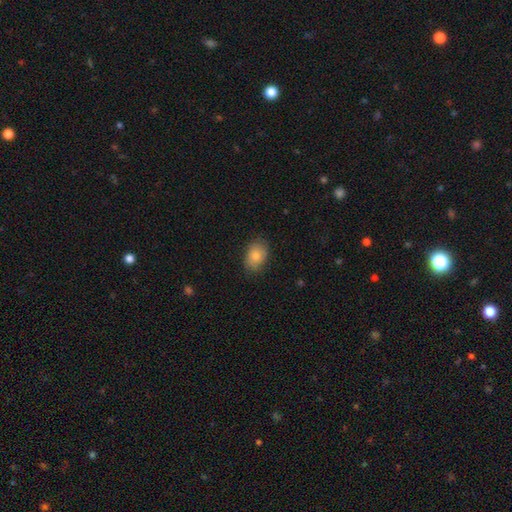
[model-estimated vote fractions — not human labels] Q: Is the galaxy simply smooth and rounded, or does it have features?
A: smooth — 82%.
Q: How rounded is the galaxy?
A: in between — 78%.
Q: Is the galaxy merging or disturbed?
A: none — 81%.